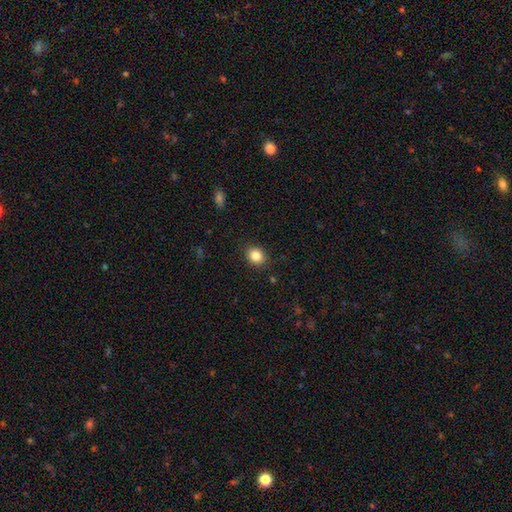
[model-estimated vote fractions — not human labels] Morphology: type=smooth (84%); roundness=round (58%); merging=none (89%).